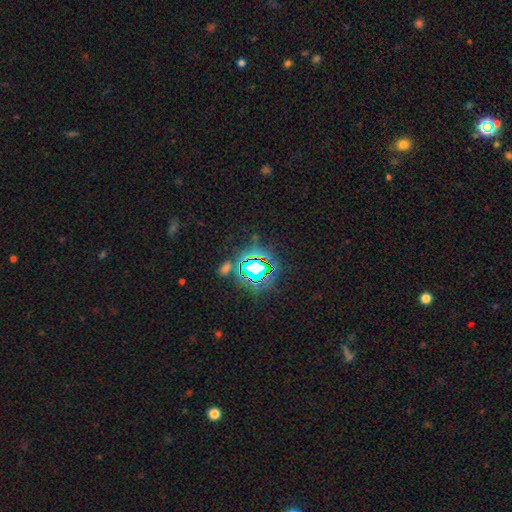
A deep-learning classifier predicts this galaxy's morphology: Smooth or featured?
  - star or artifact: 78% *
  - smooth: 14%
  - featured or disk: 9%